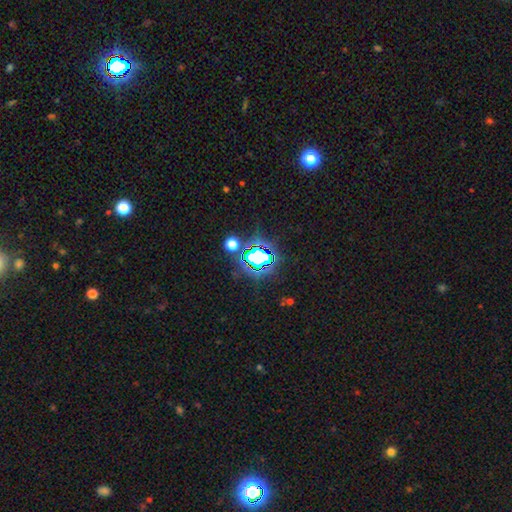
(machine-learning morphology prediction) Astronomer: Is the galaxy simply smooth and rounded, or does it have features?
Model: star or artifact — 73%.